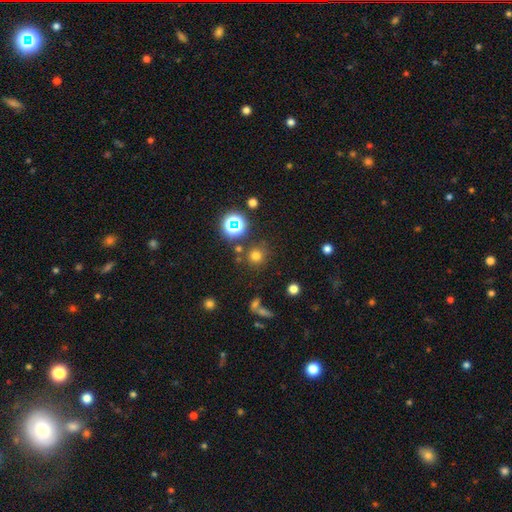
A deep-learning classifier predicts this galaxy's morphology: The model was most divided on "smooth or featured": smooth: 68%, star or artifact: 25%, featured or disk: 7%. More confident: how rounded — round (92%); merging — none (79%).